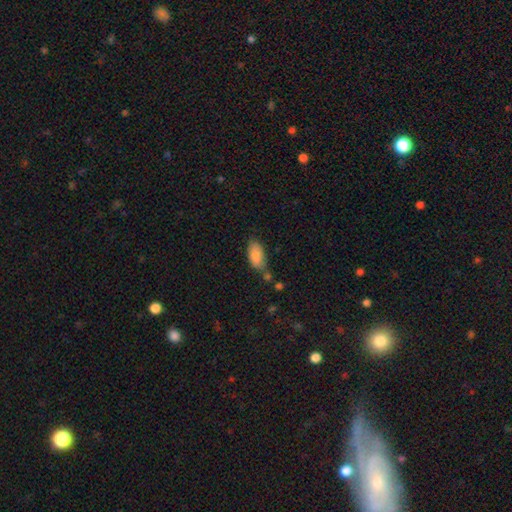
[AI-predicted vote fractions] Smooth or featured? smooth (85%)
How rounded? in between (90%)
Merging? none (57%)